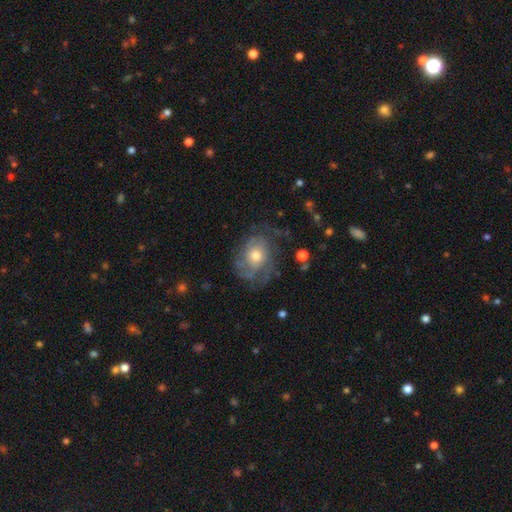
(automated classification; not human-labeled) The model was most divided on "smooth or featured": featured or disk: 61%, smooth: 30%, star or artifact: 8%. More confident: edge-on disk — no (96%); bar — no (84%); spiral arms — yes (72%); bulge size — moderate (64%); merging — none (59%).